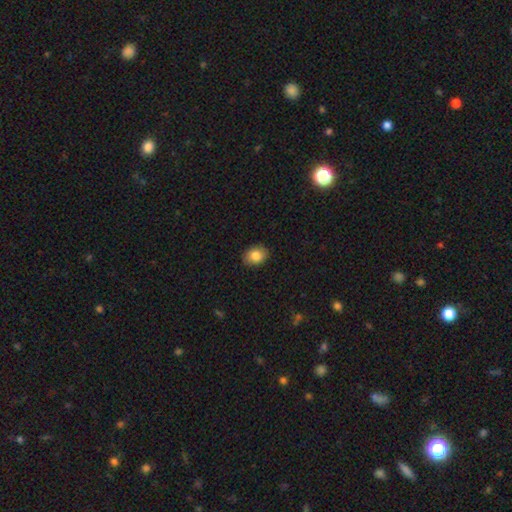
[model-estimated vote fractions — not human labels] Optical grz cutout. It shows a smooth galaxy with no disk features (84%) that is in between round and cigar-shaped (58%). Merging: none (89%).